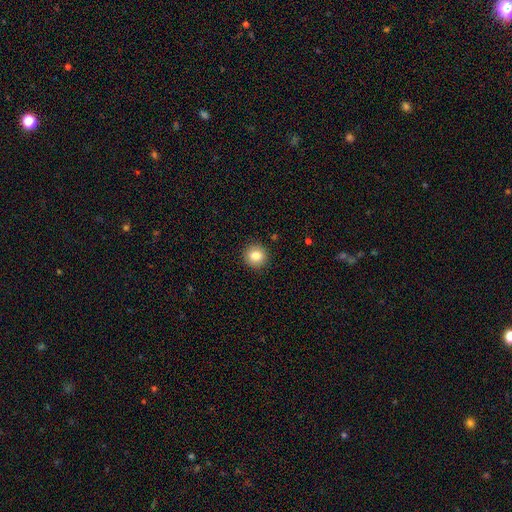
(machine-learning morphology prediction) Smooth or featured: smooth — 83% (star or artifact — 10%)
How rounded: round — 93% (in between — 6%)
Merging: none — 92% (minor disturbance — 5%)